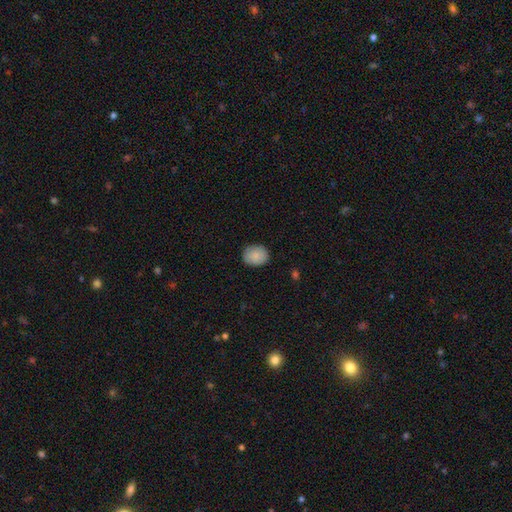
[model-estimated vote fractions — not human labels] smooth-or-featured: smooth: 87% | star or artifact: 7% | featured or disk: 6%
  how-rounded: round: 59% | in between: 40% | cigar-shaped: 1%
  merging: none: 85% | minor disturbance: 11% | major disturbance: 2% | merger: 1%